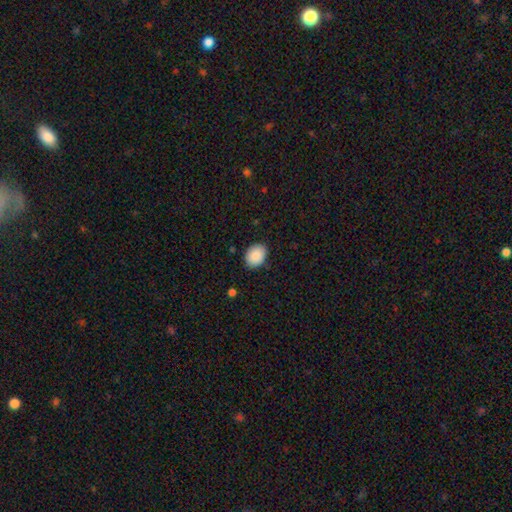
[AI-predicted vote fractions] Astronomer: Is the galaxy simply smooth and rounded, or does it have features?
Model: smooth — 89%.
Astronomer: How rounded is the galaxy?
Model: in between — 60% (runner-up: round, 40%).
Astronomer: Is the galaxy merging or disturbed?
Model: none — 86%.